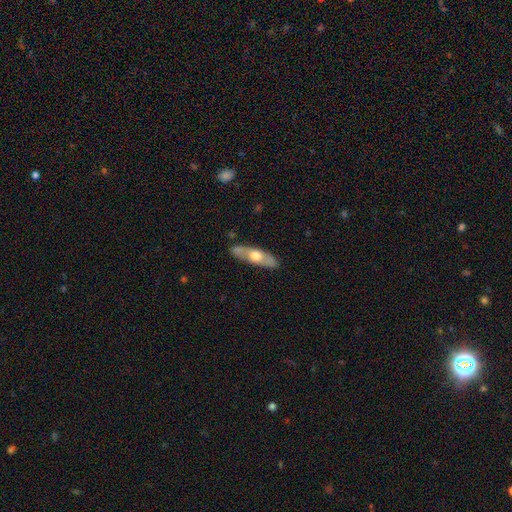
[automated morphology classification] Smooth or featured: featured or disk — 48% (tied with smooth — 48%)
Merging: none — 84% (minor disturbance — 11%)